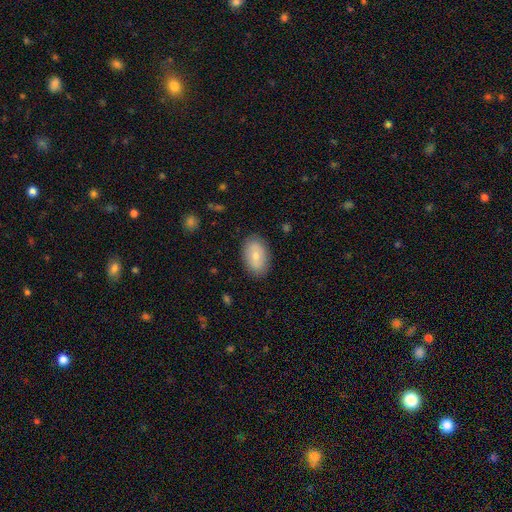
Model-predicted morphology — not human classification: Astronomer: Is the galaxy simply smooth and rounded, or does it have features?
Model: smooth — 71%.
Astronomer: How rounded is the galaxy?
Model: in between — 90%.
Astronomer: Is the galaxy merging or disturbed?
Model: none — 85%.